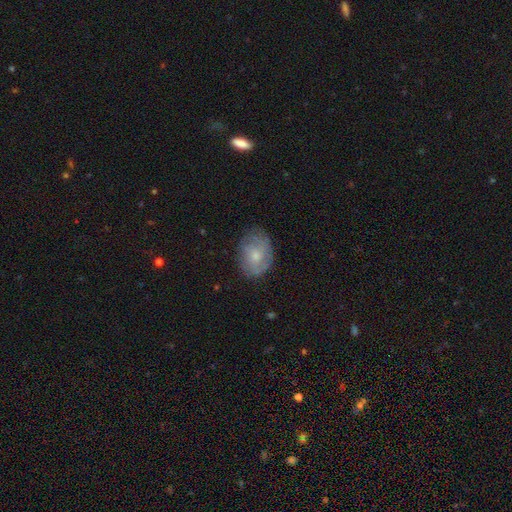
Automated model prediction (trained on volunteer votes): This is possibly a featured or disk galaxy (49%). Merging: likely none (70%).